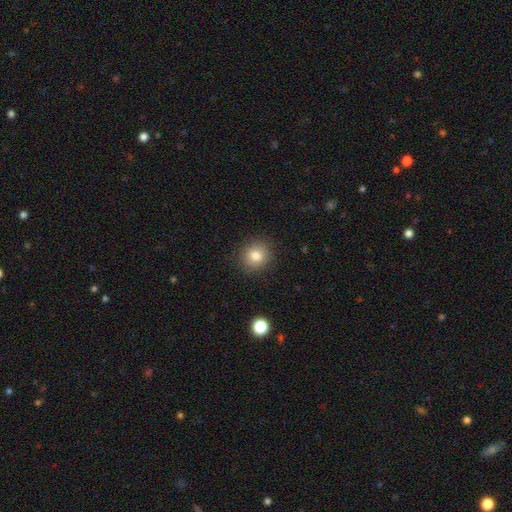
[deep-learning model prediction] smooth 82%, star or artifact 11%, featured or disk 8%. Down the decision tree: how rounded — round (80%); merging — none (88%).